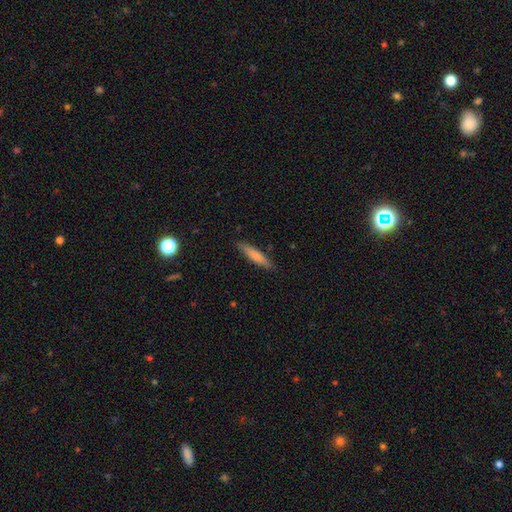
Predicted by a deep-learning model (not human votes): Smooth or featured: smooth — 76% (featured or disk — 18%)
How rounded: cigar-shaped — 85% (in between — 14%)
Merging: none — 87% (minor disturbance — 10%)